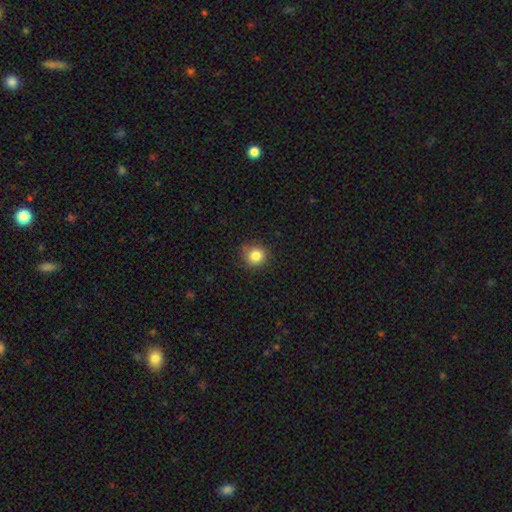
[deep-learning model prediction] Overall: smooth (84%). How rounded: round (92%). Merging: none (85%).